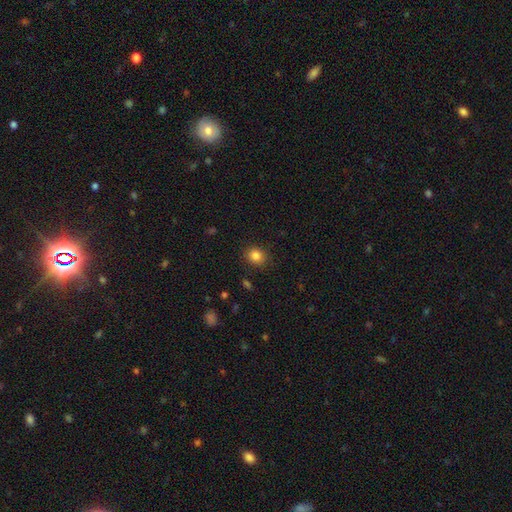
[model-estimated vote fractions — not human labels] Smooth or featured? Predicted: smooth (p=0.84). How rounded? Predicted: round (p=0.65). Merging? Predicted: none (p=0.86).